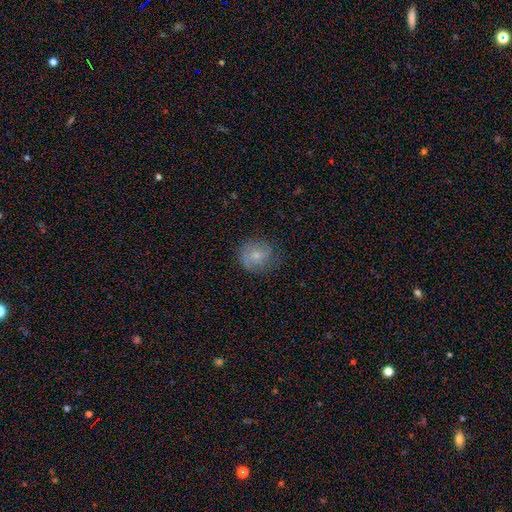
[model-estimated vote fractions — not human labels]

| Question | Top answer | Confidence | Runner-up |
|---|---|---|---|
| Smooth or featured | smooth | 55% | featured or disk (37%) |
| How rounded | round | 83% | in between (16%) |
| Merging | none | 72% | minor disturbance (20%) |